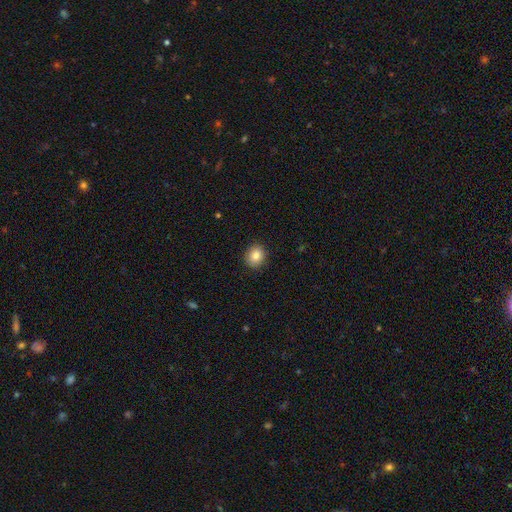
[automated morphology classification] smooth 85%, star or artifact 9%, featured or disk 6%. Down the decision tree: how rounded — round (71%); merging — none (90%).